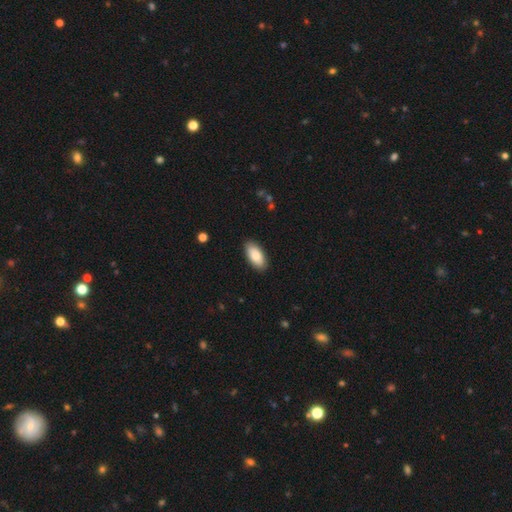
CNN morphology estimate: A smooth galaxy with no disk features (83%) that is in between round and cigar-shaped (92%).

Vote fractions:
- Smooth or featured? smooth: 83% / featured or disk: 12% / star or artifact: 6%
- How rounded? in between: 92% / cigar-shaped: 6% / round: 2%
- Merging? none: 88% / minor disturbance: 9% / major disturbance: 2% / merger: 1%